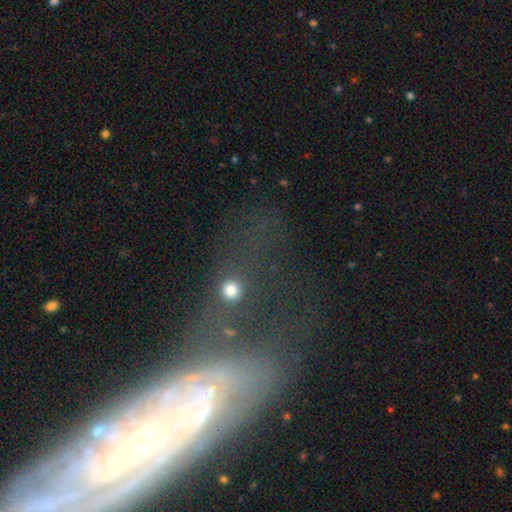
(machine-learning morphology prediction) The model was most divided on "merging": none: 51%, minor disturbance: 21%, major disturbance: 20%, merger: 9%. More confident: edge-on disk — no (80%); spiral arms — yes (70%); bulge size — small (67%); bar — no (64%); smooth or featured — featured or disk (64%).